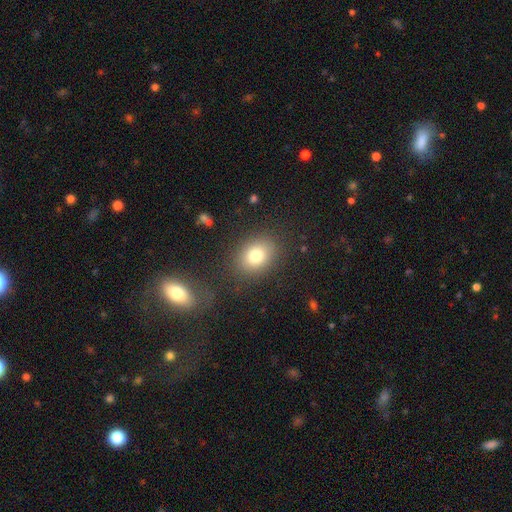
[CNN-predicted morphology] Q: Smooth or featured?
A: smooth (80%); runner-up: star or artifact (11%)
Q: How rounded?
A: in between (56%); runner-up: round (43%)
Q: Merging?
A: none (84%); runner-up: minor disturbance (10%)